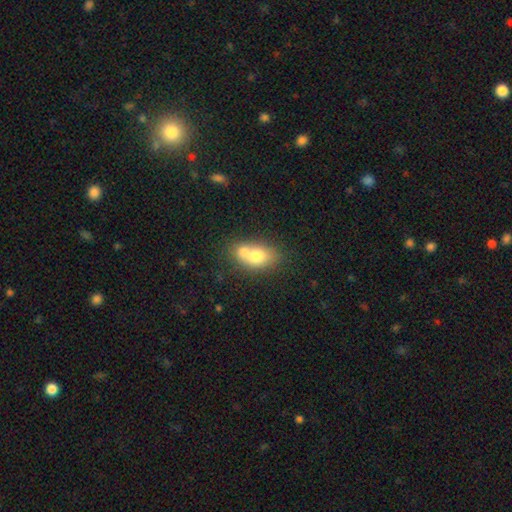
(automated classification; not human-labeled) smooth_or_featured: smooth (p=0.69) [alt: featured or disk p=0.22]
how_rounded: in between (p=0.72) [alt: round p=0.26]
merging: merger (p=0.57) [alt: none p=0.29]